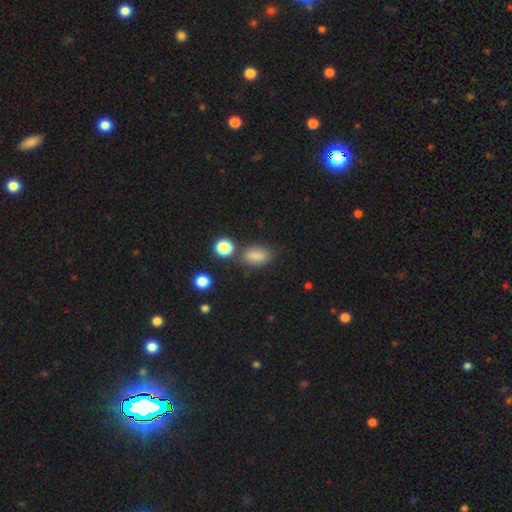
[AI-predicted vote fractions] Smooth or featured? smooth (81%)
How rounded? in between (84%)
Merging? none (73%)